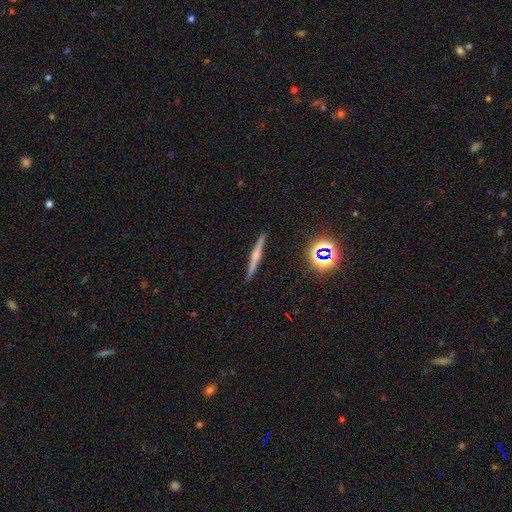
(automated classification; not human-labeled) The model was most divided on "smooth or featured": featured or disk: 57%, smooth: 30%, star or artifact: 12%. More confident: edge-on disk — yes (97%); merging — none (90%); edge-on bulge — rounded (61%).